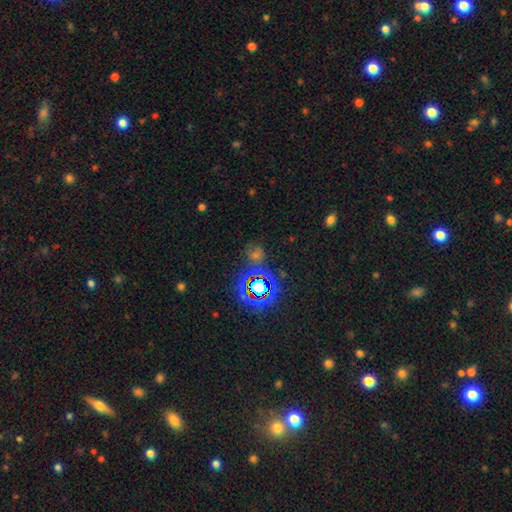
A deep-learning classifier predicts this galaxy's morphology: smooth_or_featured: star or artifact (p=0.67) [alt: smooth p=0.22]